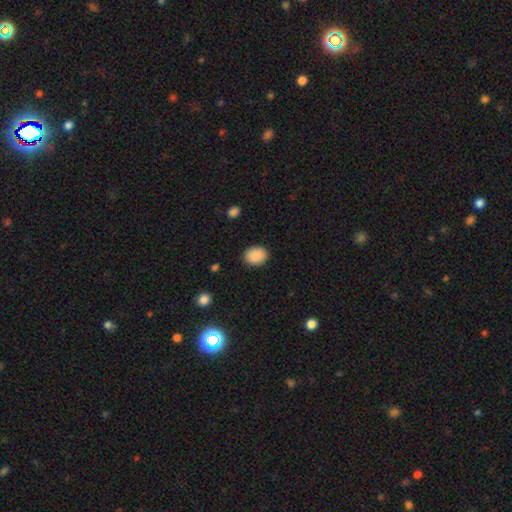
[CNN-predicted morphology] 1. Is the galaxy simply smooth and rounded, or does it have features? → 89% smooth, 8% star or artifact, 3% featured or disk.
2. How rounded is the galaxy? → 52% in between, 47% round, 1% cigar-shaped.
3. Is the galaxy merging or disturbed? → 88% none, 9% minor disturbance, 2% major disturbance, 1% merger.